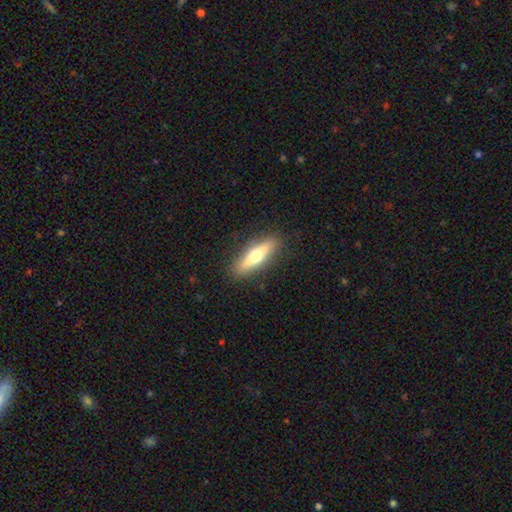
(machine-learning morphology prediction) smooth-or-featured: smooth: 56% | featured or disk: 38% | star or artifact: 6%
  how-rounded: cigar-shaped: 71% | in between: 27% | round: 2%
  merging: none: 89% | minor disturbance: 8% | major disturbance: 2% | merger: 1%